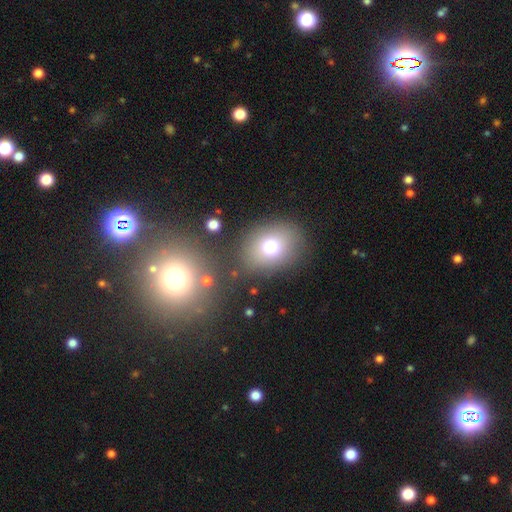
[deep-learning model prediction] A smooth galaxy with no disk features (69%) that is round (58%). Merging: none (77%).